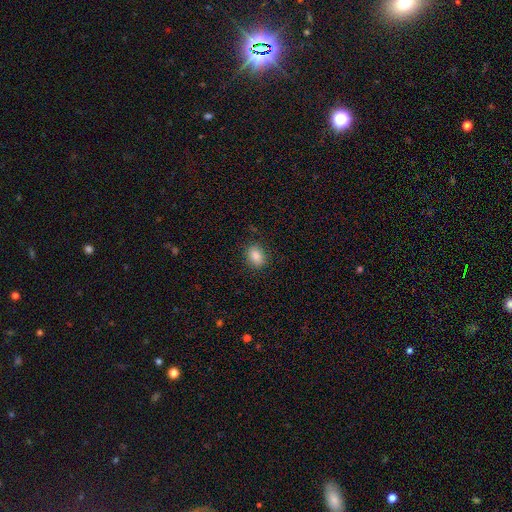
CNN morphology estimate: smooth 86%, star or artifact 9%, featured or disk 5%. Down the decision tree: how rounded — in between (66%); merging — none (86%).